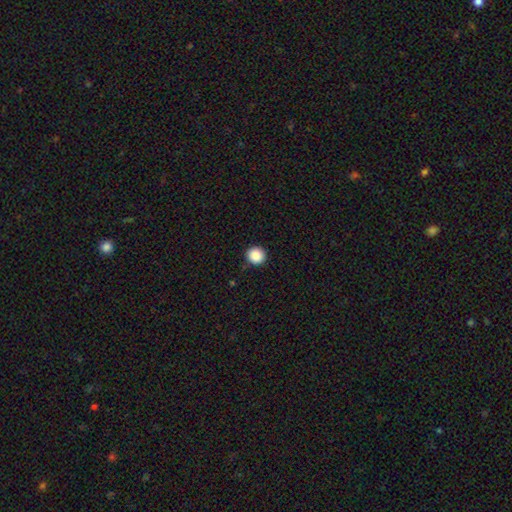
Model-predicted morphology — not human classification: Overall: smooth (88%). How rounded: round (91%). Merging: none (91%).